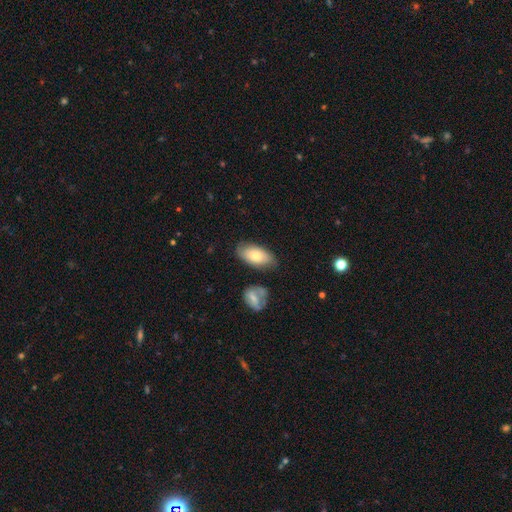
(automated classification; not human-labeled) Smooth or featured? Predicted: smooth (p=0.73). How rounded? Predicted: in between (p=0.92). Merging? Predicted: none (p=0.70).